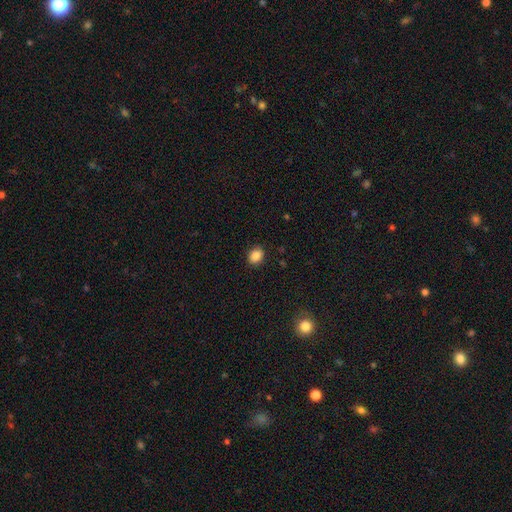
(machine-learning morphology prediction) This is clearly a smooth galaxy (87%). How rounded: possibly round (51%). Merging: clearly none (89%).